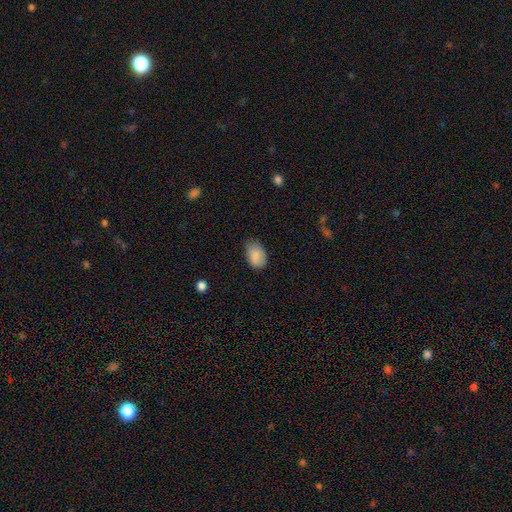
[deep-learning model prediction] This is clearly a smooth galaxy (87%). How rounded: clearly in between (88%). Merging: likely none (68%).